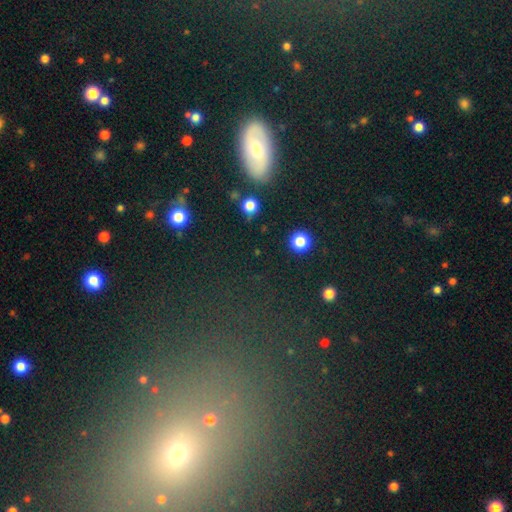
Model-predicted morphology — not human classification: Smooth or featured?
  - smooth: 43% *
  - star or artifact: 32%
  - featured or disk: 25%
Merging?
  - none: 81% *
  - minor disturbance: 10%
  - major disturbance: 5%
  - merger: 4%